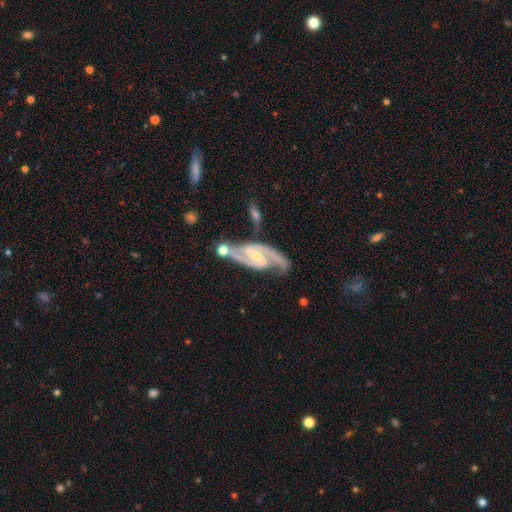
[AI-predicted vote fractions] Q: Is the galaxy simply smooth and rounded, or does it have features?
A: featured or disk — 93%.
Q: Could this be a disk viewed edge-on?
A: no — 97%.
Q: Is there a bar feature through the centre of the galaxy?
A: strong — 51%.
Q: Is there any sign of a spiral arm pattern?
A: yes — 98%.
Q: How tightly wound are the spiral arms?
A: medium — 60%.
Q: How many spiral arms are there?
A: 2 — 94%.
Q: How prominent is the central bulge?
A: small — 64%.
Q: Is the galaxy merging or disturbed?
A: none — 68%.